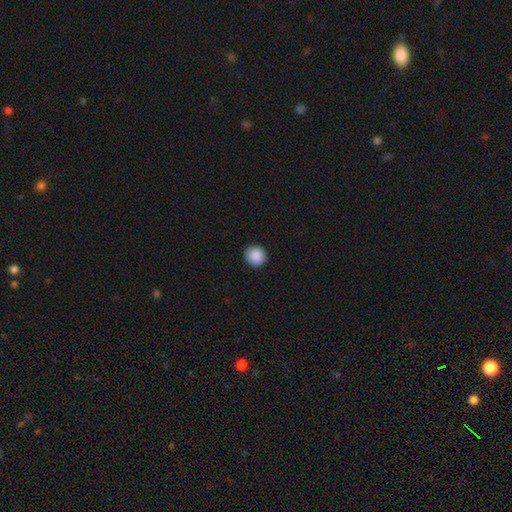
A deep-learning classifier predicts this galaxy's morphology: smooth 89%, star or artifact 8%, featured or disk 2%. Down the decision tree: how rounded — round (94%); merging — none (92%).